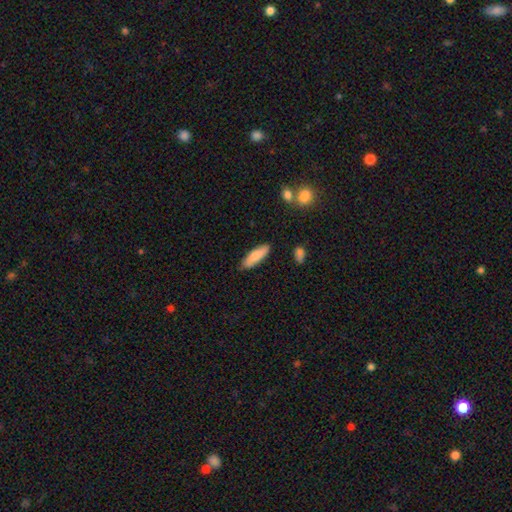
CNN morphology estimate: A smooth galaxy with no disk features (83%) that is cigar-shaped (54%). Merging: none (84%).